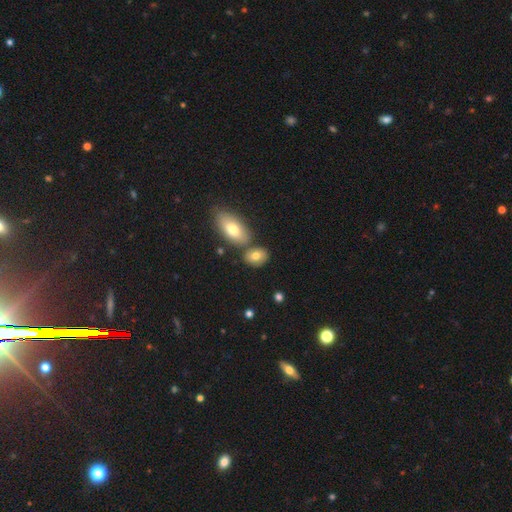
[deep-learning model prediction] A smooth galaxy with no disk features (76%) that is in between round and cigar-shaped (74%). Merging: none (63%).